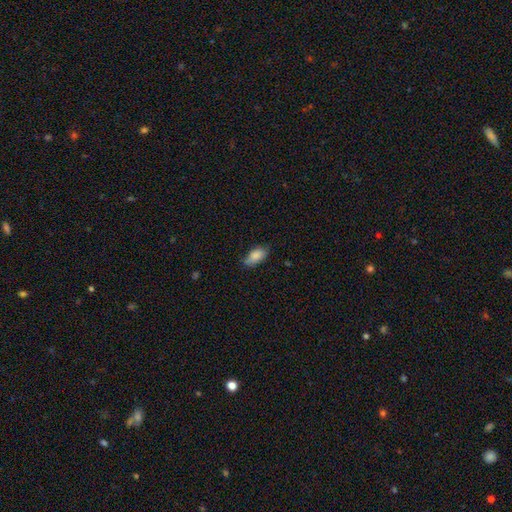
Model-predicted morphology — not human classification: type=smooth (86%); roundness=in between (91%); merging=none (69%).